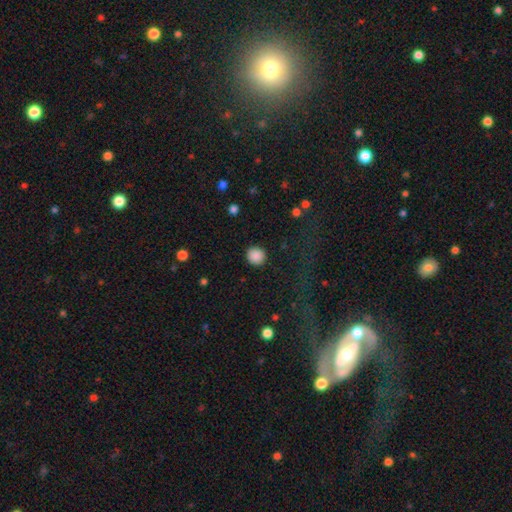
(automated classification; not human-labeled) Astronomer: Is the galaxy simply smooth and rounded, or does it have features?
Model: smooth — 88%.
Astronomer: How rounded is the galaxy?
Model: round — 91%.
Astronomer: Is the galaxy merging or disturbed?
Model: none — 91%.